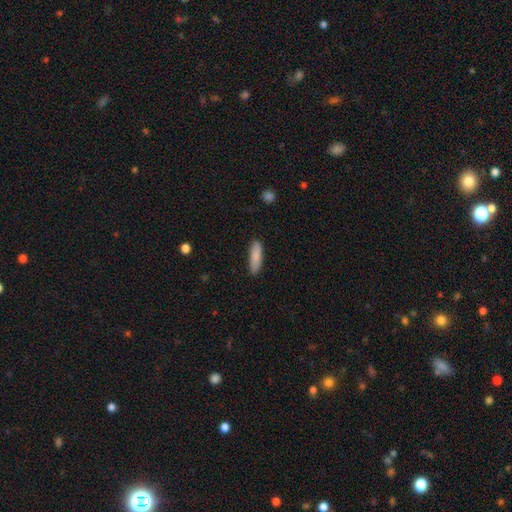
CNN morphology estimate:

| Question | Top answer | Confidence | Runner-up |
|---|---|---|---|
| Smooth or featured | smooth | 87% | featured or disk (7%) |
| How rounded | cigar-shaped | 63% | in between (35%) |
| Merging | none | 85% | minor disturbance (12%) |